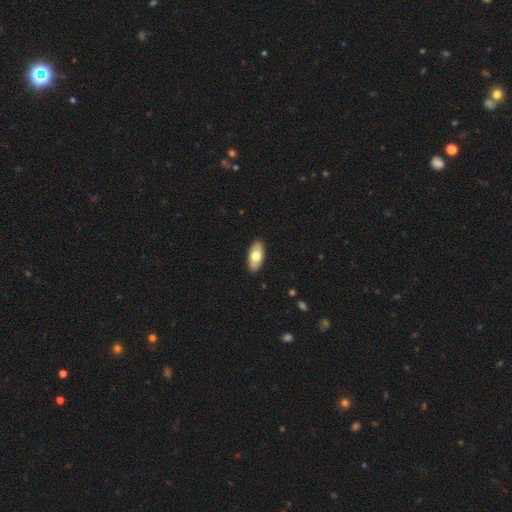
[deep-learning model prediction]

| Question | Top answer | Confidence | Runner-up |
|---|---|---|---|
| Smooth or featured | smooth | 71% | featured or disk (24%) |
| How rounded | in between | 92% | cigar-shaped (5%) |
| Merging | none | 90% | minor disturbance (8%) |